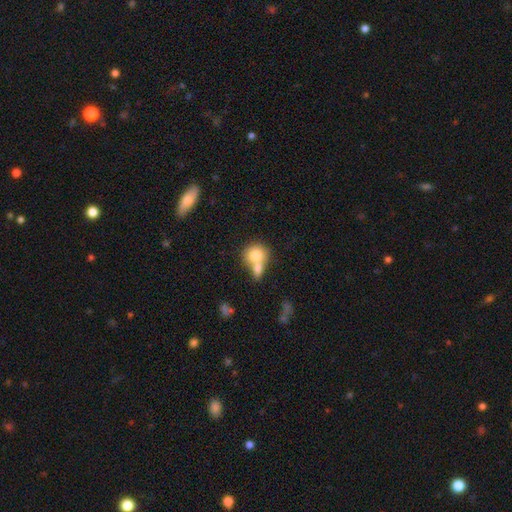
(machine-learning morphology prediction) Overall: smooth (76%). How rounded: round (75%). Merging: merger (55%; none 33%).